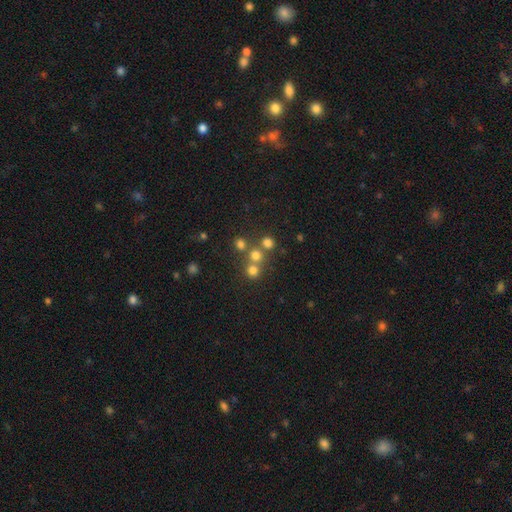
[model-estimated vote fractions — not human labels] Overall: smooth (68%). How rounded: round (90%). Merging: none (58%; merger 33%).